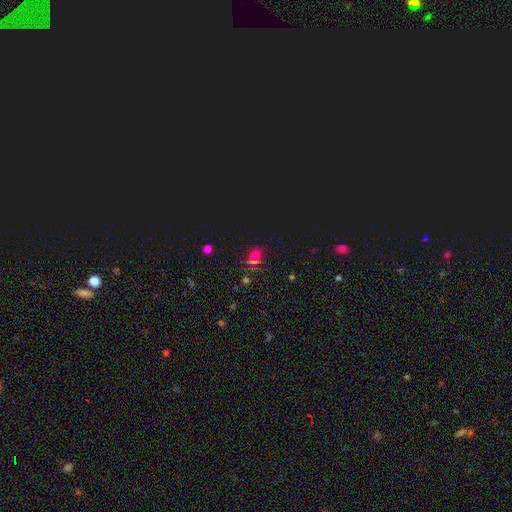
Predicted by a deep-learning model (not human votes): Smooth or featured?
  - star or artifact: 57% *
  - smooth: 36%
  - featured or disk: 8%